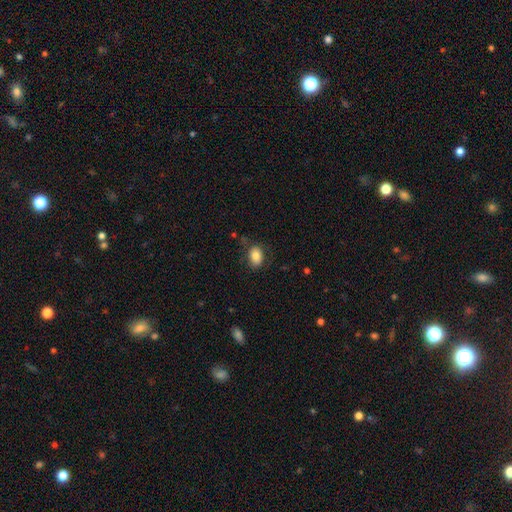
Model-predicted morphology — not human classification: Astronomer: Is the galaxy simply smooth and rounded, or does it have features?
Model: smooth — 81%.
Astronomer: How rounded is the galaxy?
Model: in between — 82%.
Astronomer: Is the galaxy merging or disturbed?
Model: none — 73%.